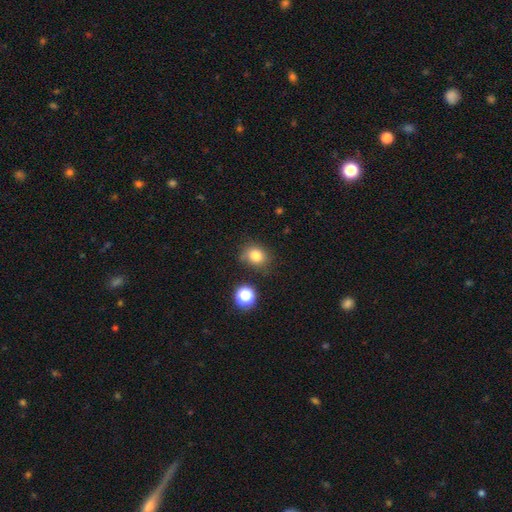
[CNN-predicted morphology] smooth 79%, star or artifact 13%, featured or disk 7%. Down the decision tree: how rounded — round (62%); merging — none (75%).